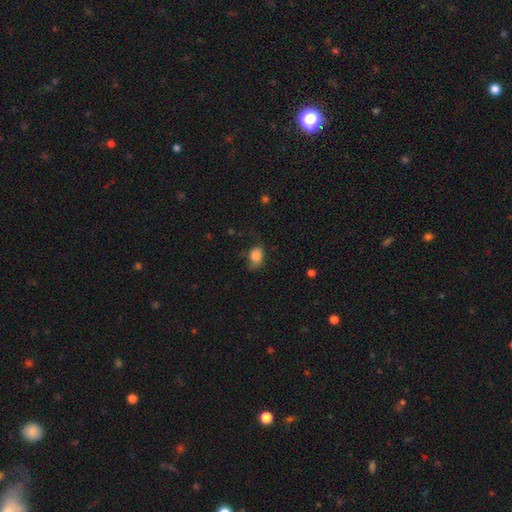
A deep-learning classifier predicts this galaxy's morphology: A smooth galaxy with no disk features (83%) that is in between round and cigar-shaped (70%). Merging: none (53%).